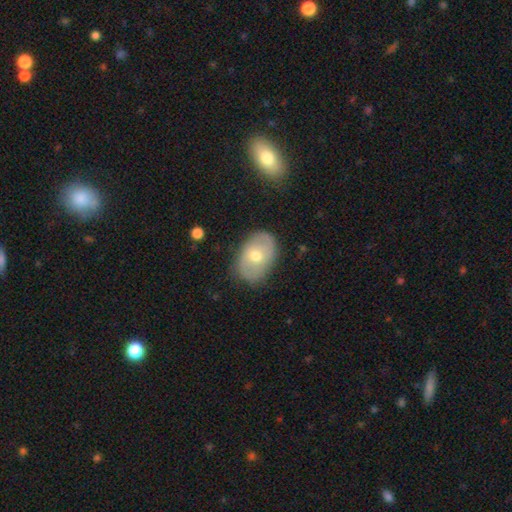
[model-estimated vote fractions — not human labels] smooth_or_featured: featured or disk (p=0.49) [alt: smooth p=0.44]
merging: none (p=0.79) [alt: minor disturbance p=0.16]